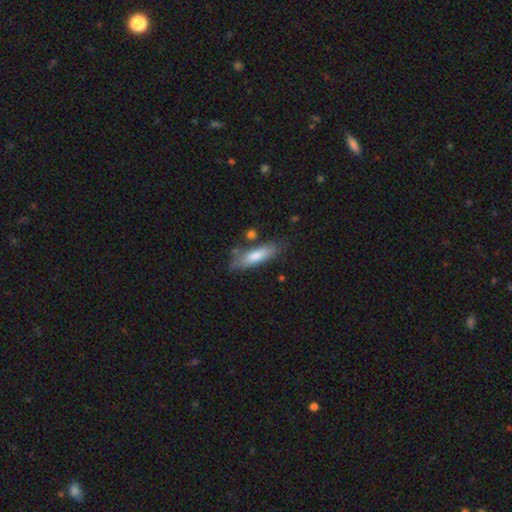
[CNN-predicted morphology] Smooth or featured: smooth — 68% (featured or disk — 25%)
How rounded: cigar-shaped — 66% (in between — 32%)
Merging: none — 74% (minor disturbance — 17%)